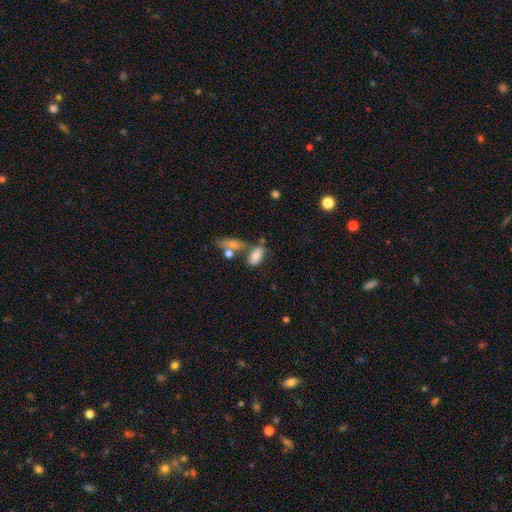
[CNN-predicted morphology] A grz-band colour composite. It shows a smooth galaxy with no disk features (75%) that is in between round and cigar-shaped (86%). Merging: none (50%).